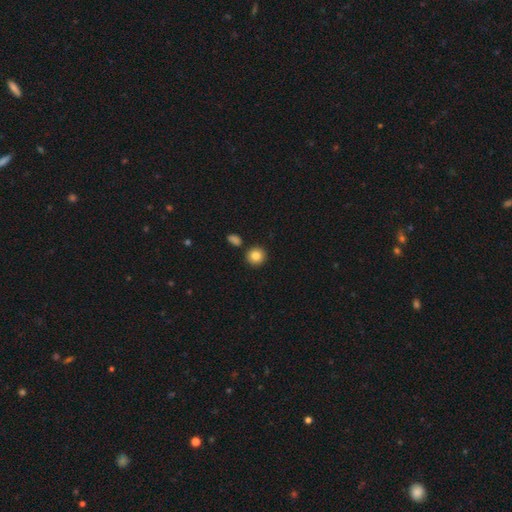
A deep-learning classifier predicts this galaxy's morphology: This appears to be a smooth galaxy with no disk features (84%) that is round (91%). Merging: none (86%).